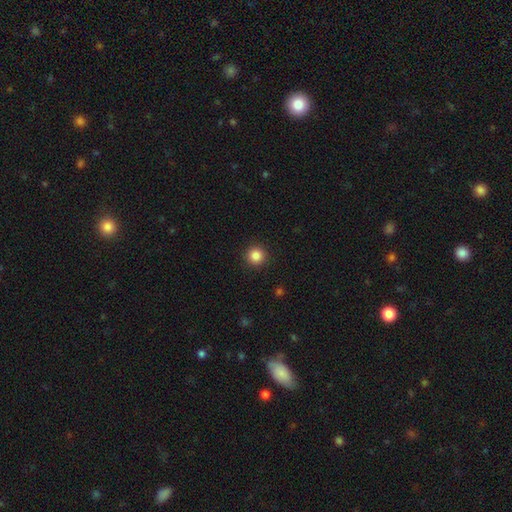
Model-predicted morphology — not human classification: smooth 85%, star or artifact 11%, featured or disk 4%. Down the decision tree: how rounded — round (95%); merging — none (93%).